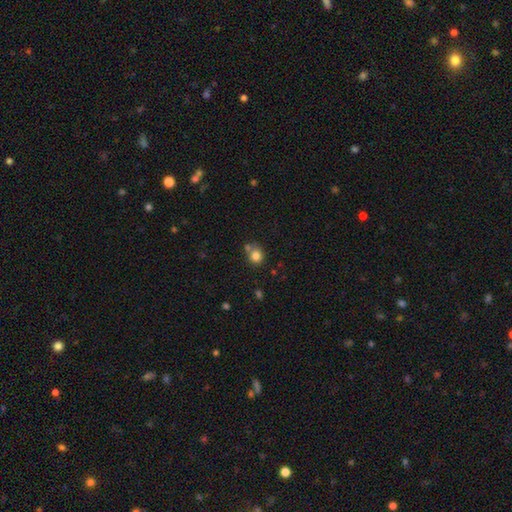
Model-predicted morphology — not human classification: A smooth galaxy with no disk features (81%) that is round (77%). Merging: none (55%).